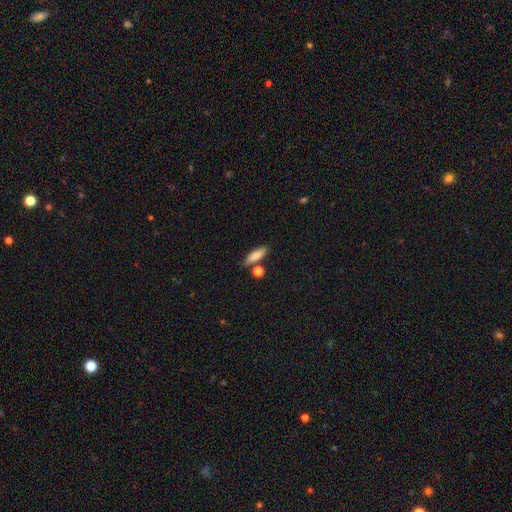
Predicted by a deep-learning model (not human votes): This is clearly a smooth galaxy (81%). How rounded: possibly in between (55%). Merging: likely none (67%).